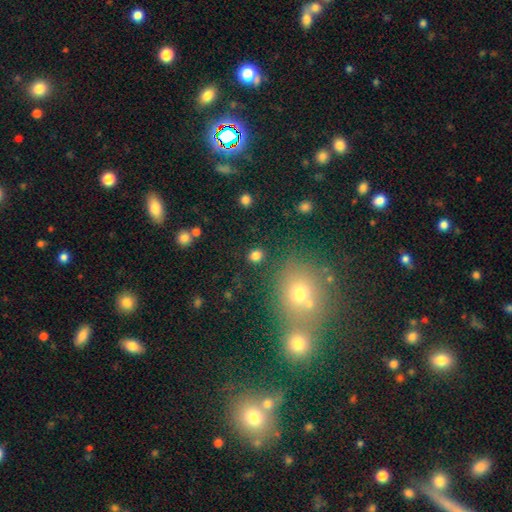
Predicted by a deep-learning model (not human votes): This is clearly a smooth galaxy (81%). How rounded: likely round (77%). Merging: clearly none (87%).